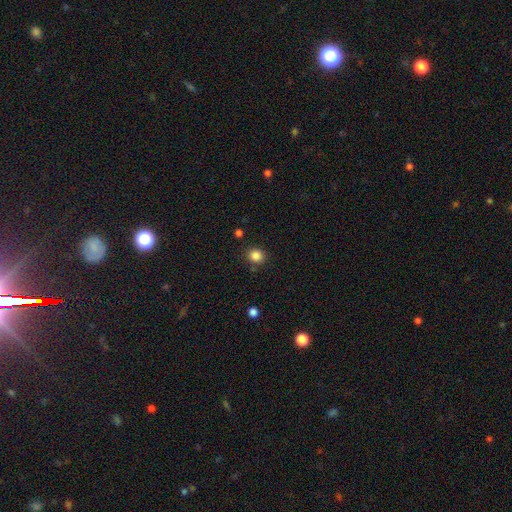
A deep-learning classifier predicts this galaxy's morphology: Smooth or featured? smooth (85%)
How rounded? round (83%)
Merging? none (85%)